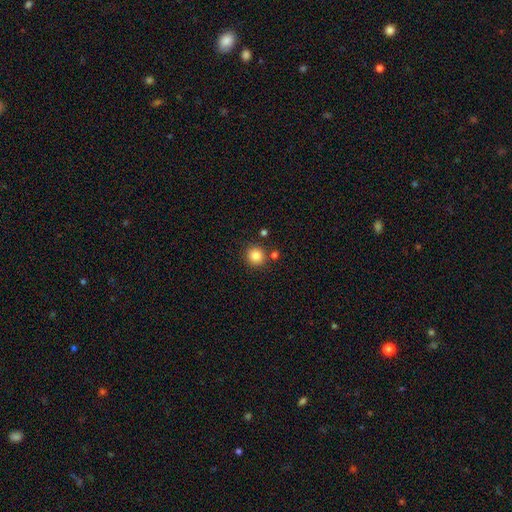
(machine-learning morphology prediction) Smooth or featured: smooth — 85% (star or artifact — 10%)
How rounded: round — 92% (in between — 7%)
Merging: none — 84% (minor disturbance — 7%)